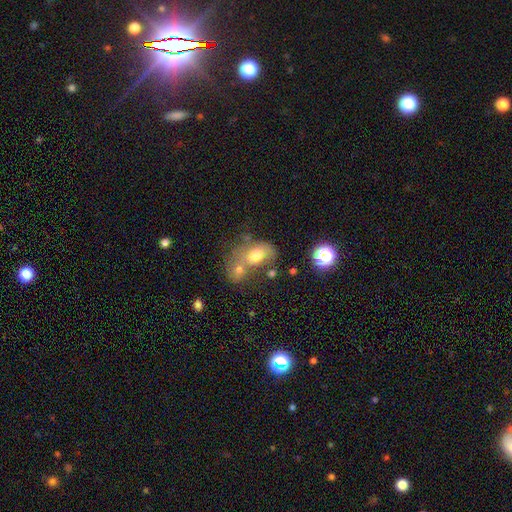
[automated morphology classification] Smooth or featured? Predicted: smooth (p=0.67). How rounded? Predicted: in between (p=0.77). Merging? Predicted: merger (p=0.54).